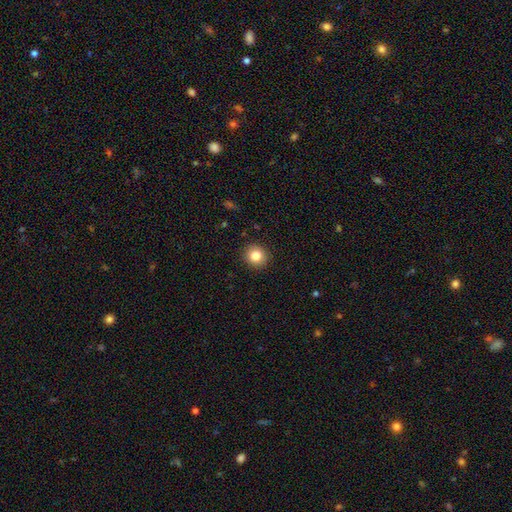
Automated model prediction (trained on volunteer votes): The model was most divided on "smooth or featured": smooth: 83%, star or artifact: 10%, featured or disk: 6%. More confident: merging — none (92%); how rounded — round (91%).